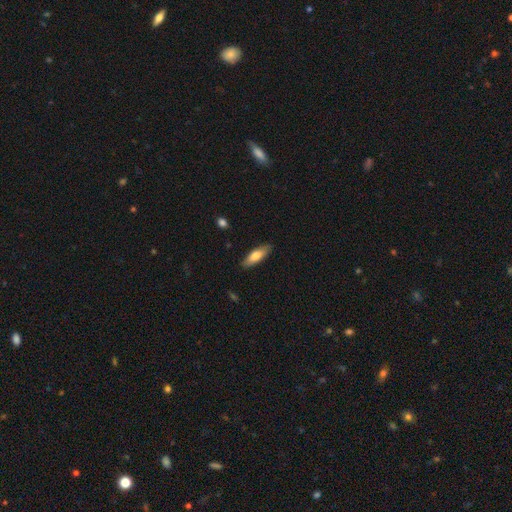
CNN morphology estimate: Smooth or featured? Predicted: smooth (p=0.71). How rounded? Predicted: in between (p=0.53). Merging? Predicted: none (p=0.87).